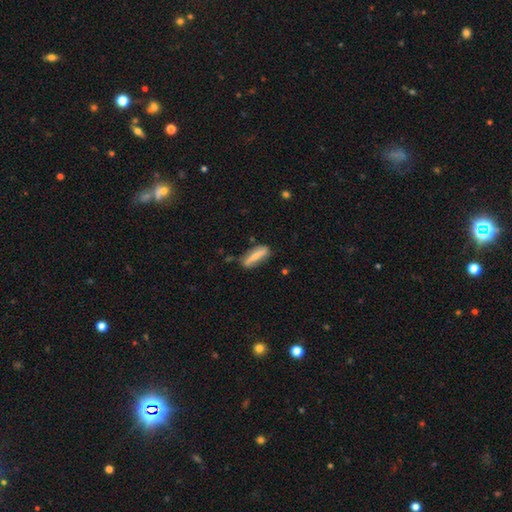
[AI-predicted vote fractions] Overall: smooth (58%; featured or disk 36%). How rounded: cigar-shaped (55%; in between 42%). Merging: none (68%).